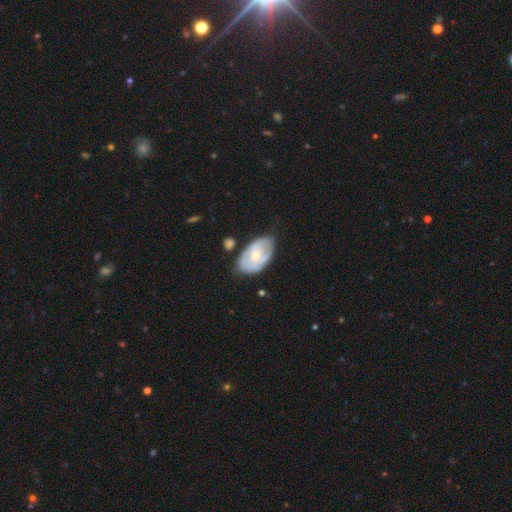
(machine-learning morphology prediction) featured or disk 57%, smooth 38%, star or artifact 5%. Down the decision tree: edge-on disk — no (95%); bar — no (74%); spiral arms — yes (58%); bulge size — small (53%); merging — none (58%).